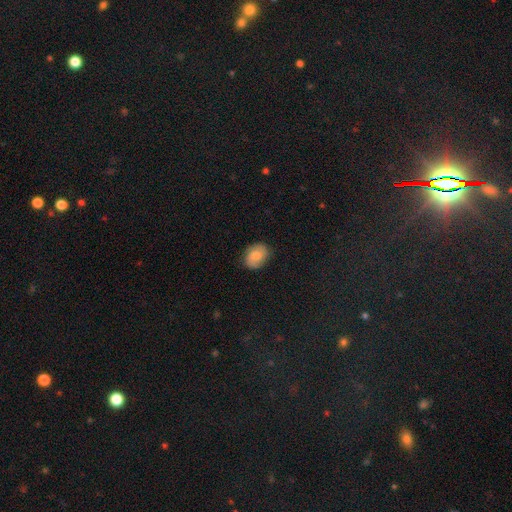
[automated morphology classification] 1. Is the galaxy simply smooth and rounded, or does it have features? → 57% smooth, 34% featured or disk, 8% star or artifact.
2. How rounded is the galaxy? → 62% in between, 37% round, 1% cigar-shaped.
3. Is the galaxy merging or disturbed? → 81% none, 14% minor disturbance, 3% major disturbance, 1% merger.